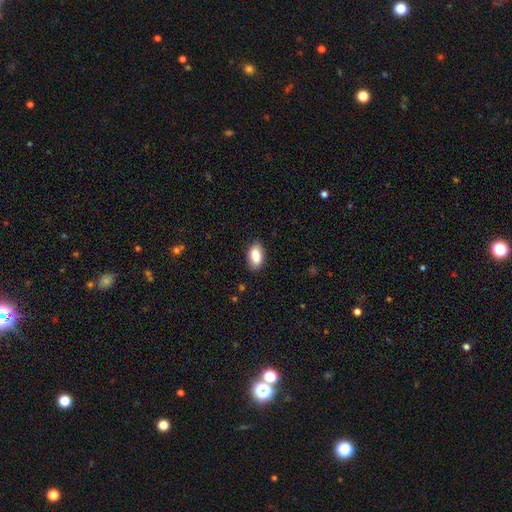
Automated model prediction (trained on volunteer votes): A smooth galaxy with no disk features (87%) that is in between round and cigar-shaped (93%).

Vote fractions:
- Smooth or featured? smooth: 87% / star or artifact: 7% / featured or disk: 6%
- How rounded? in between: 93% / round: 4% / cigar-shaped: 3%
- Merging? none: 84% / minor disturbance: 12% / major disturbance: 3% / merger: 1%